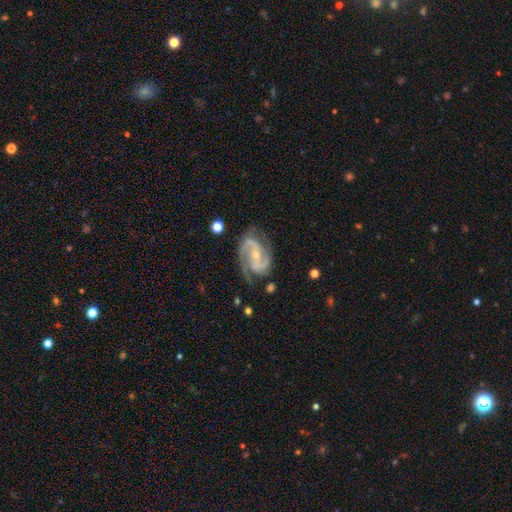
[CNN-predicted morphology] Smooth or featured: featured or disk — 91% (star or artifact — 5%)
Edge-on disk: no — 98% (yes — 2%)
Bar: no — 42% (weak — 37%)
Spiral arms: yes — 98% (no — 2%)
Spiral winding: medium — 55% (tight — 27%)
Spiral arm count: 2 — 72% (3 — 16%)
Bulge size: small — 64% (moderate — 32%)
Merging: none — 68% (minor disturbance — 21%)